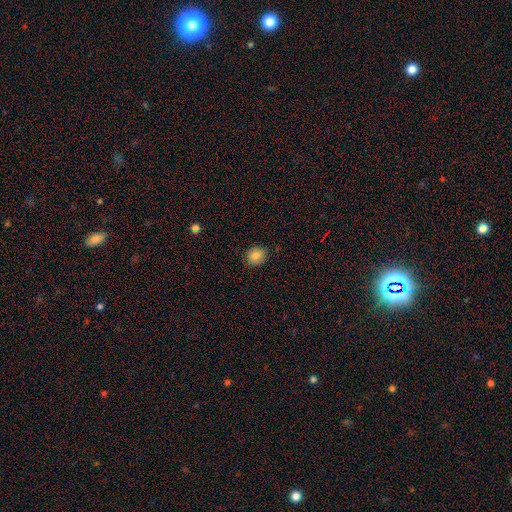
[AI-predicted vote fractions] Smooth or featured? Predicted: smooth (p=0.85). How rounded? Predicted: round (p=0.75). Merging? Predicted: none (p=0.87).